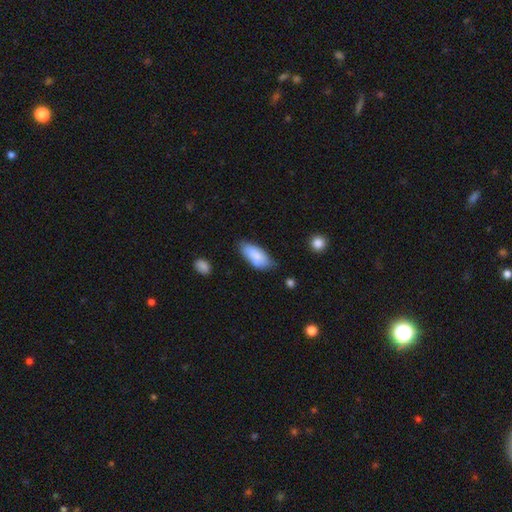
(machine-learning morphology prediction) Smooth or featured? Predicted: smooth (p=0.83). How rounded? Predicted: in between (p=0.86). Merging? Predicted: none (p=0.61).